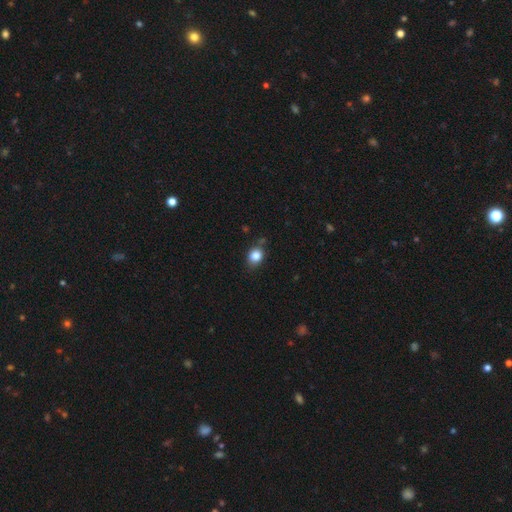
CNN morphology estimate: This appears to be a smooth galaxy with no disk features (84%) that is round (56%). Merging: none (75%).